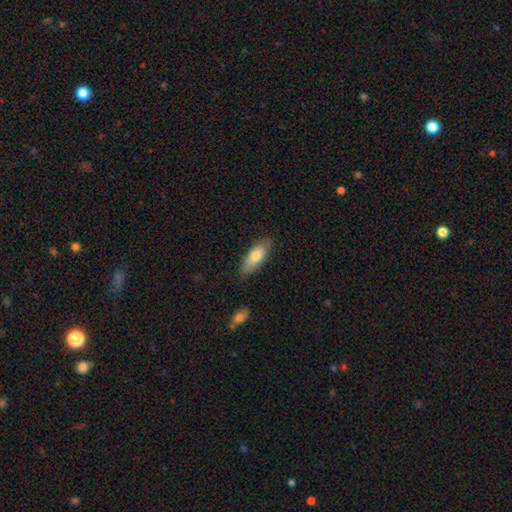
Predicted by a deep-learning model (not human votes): A smooth galaxy with no disk features (72%) that is in between round and cigar-shaped (69%). Merging: none (81%).